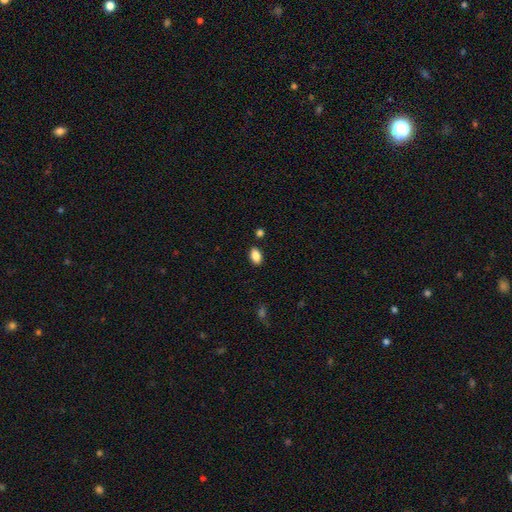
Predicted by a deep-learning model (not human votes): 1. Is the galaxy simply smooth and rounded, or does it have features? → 88% smooth, 8% star or artifact, 4% featured or disk.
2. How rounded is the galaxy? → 89% in between, 9% round, 2% cigar-shaped.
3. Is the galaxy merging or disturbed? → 86% none, 9% minor disturbance, 3% merger, 2% major disturbance.